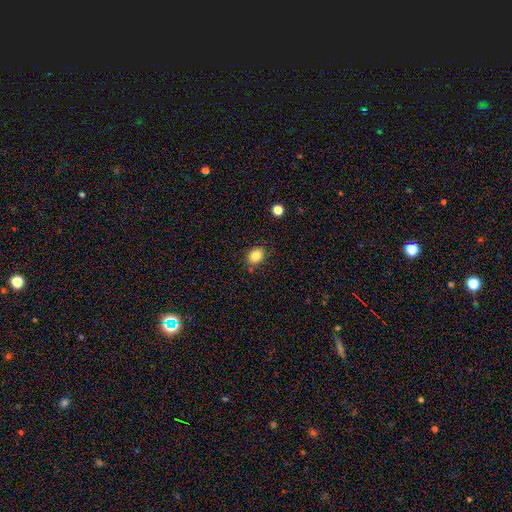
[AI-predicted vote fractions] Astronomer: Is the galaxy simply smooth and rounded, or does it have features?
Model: smooth — 84%.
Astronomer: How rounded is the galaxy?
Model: in between — 56% (runner-up: round, 43%).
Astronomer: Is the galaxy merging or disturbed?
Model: none — 80%.